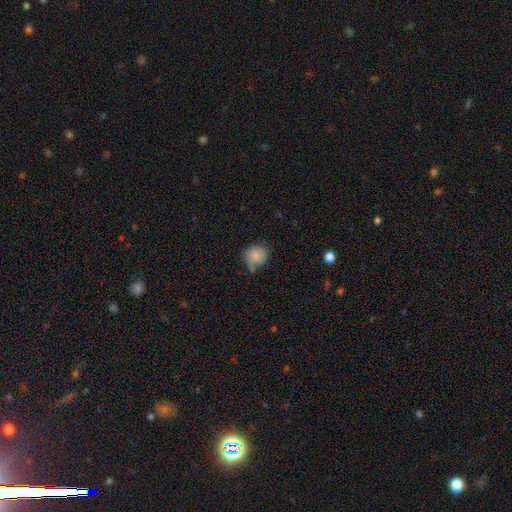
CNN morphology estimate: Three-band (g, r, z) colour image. It shows a smooth galaxy with no disk features (82%) that is round (77%). Merging: none (55%).